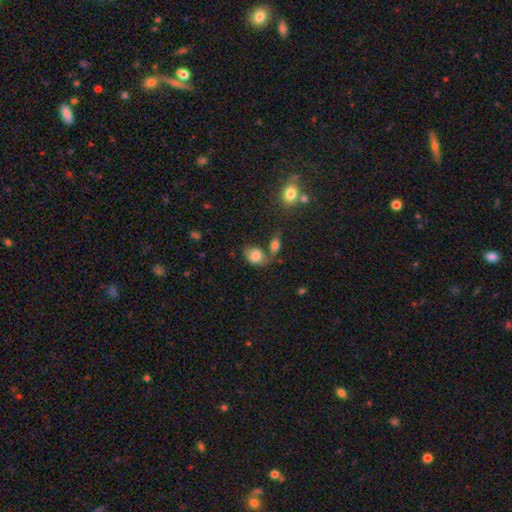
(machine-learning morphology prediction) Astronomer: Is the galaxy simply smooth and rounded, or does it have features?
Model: smooth — 79%.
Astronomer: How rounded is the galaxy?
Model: in between — 70%.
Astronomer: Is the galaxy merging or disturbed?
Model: none — 41% (runner-up: merger, 30%).